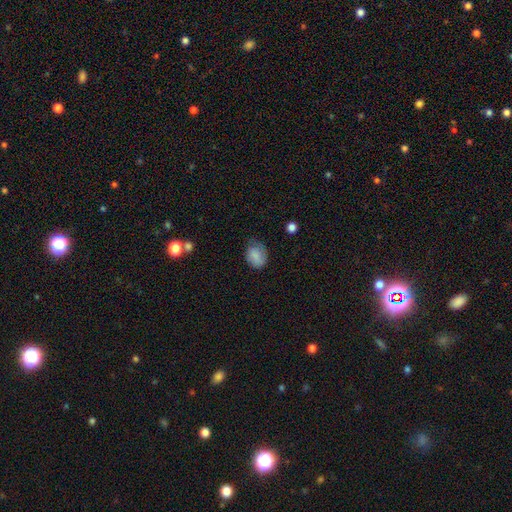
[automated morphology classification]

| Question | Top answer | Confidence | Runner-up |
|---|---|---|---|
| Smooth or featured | smooth | 74% | featured or disk (17%) |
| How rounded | in between | 55% | round (44%) |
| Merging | none | 56% | minor disturbance (31%) |